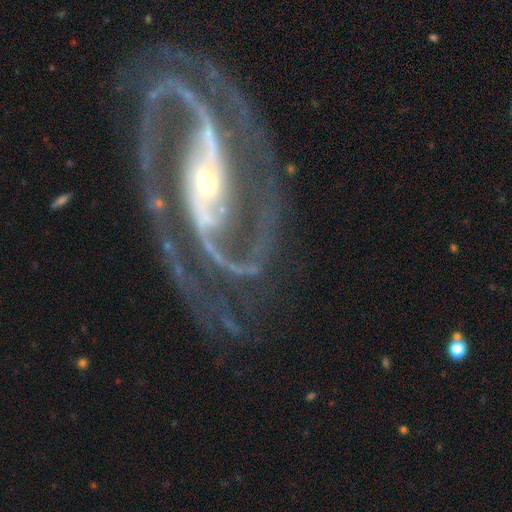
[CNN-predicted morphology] This is clearly a featured or disk galaxy (93%). It is clearly not viewed edge-on (97%). Bar: likely strong (61%). Spiral arm pattern: clearly yes (98%). Spiral arm count: clearly 2 (86%). Spiral winding: possibly medium (58%). Central bulge: likely small (65%). Merging: likely none (75%).